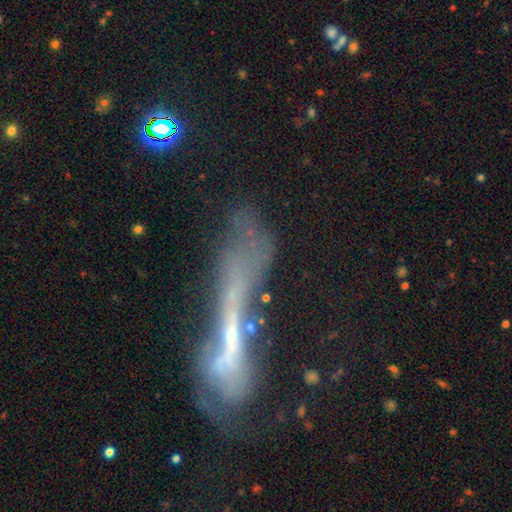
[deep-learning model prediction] featured or disk 55%, smooth 29%, star or artifact 16%. Down the decision tree: edge-on disk — no (55%); merging — major disturbance (38%).